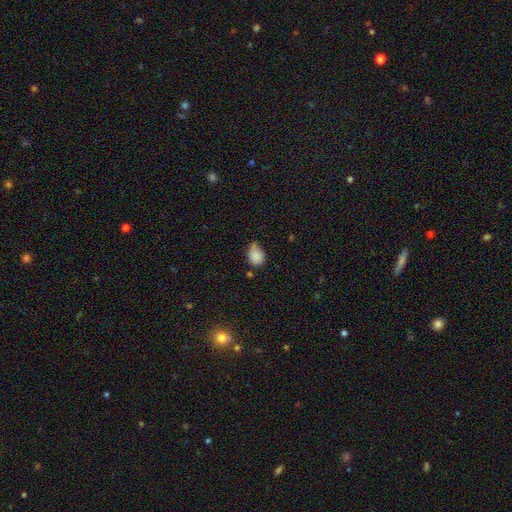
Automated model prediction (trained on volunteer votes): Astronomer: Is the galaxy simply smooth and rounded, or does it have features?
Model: smooth — 84%.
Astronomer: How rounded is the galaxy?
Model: in between — 54% (runner-up: round, 45%).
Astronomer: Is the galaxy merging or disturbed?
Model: minor disturbance — 45% (runner-up: none, 37%).